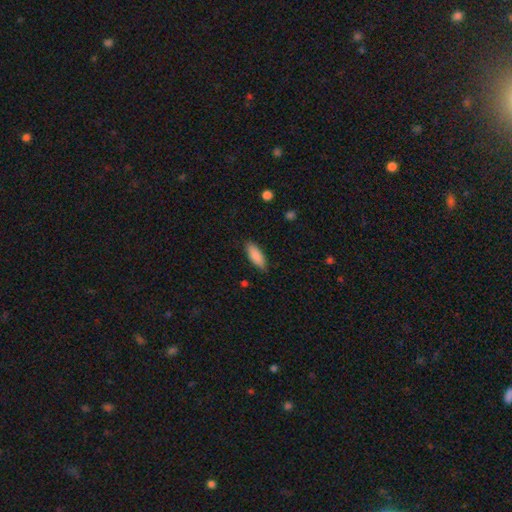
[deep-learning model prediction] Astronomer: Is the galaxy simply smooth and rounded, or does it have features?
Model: smooth — 88%.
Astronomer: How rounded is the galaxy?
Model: in between — 69%.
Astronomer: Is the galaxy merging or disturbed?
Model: none — 85%.